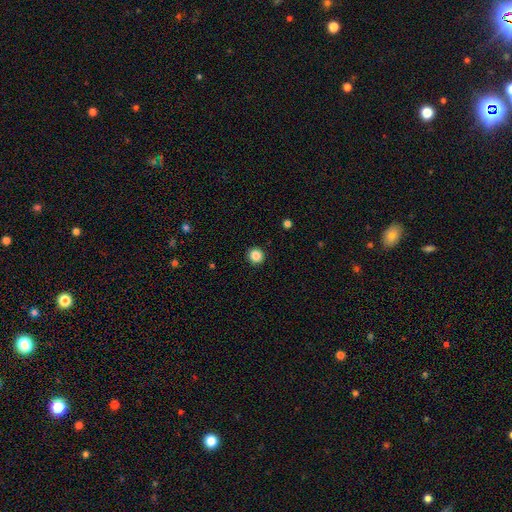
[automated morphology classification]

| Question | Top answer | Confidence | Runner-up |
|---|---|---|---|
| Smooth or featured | smooth | 87% | star or artifact (10%) |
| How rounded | round | 94% | in between (5%) |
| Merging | none | 93% | minor disturbance (5%) |